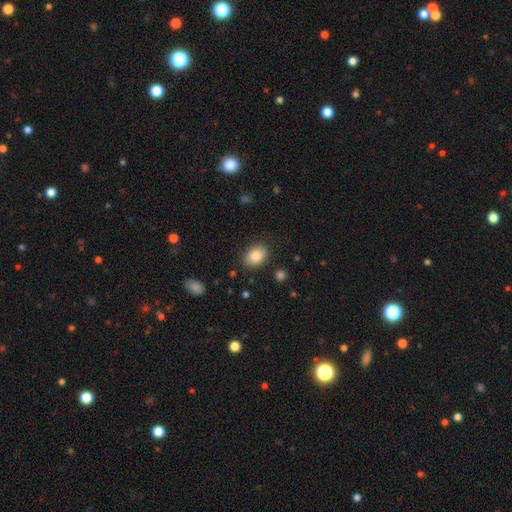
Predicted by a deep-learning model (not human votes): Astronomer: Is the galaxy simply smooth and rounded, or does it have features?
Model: smooth — 84%.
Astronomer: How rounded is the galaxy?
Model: in between — 80%.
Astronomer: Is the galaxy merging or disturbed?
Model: none — 85%.